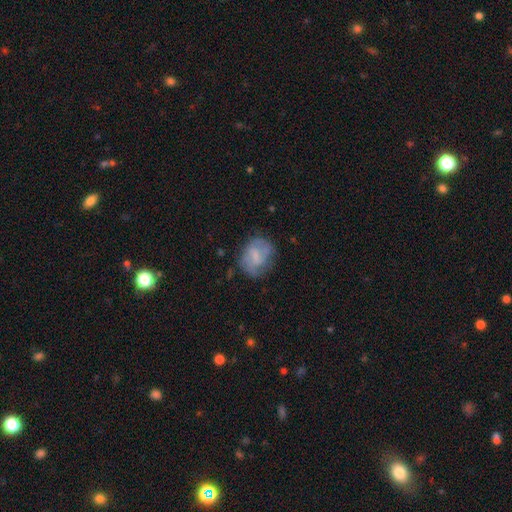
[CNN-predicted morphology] Smooth or featured: featured or disk — 49% (smooth — 43%)
Merging: none — 62% (minor disturbance — 25%)